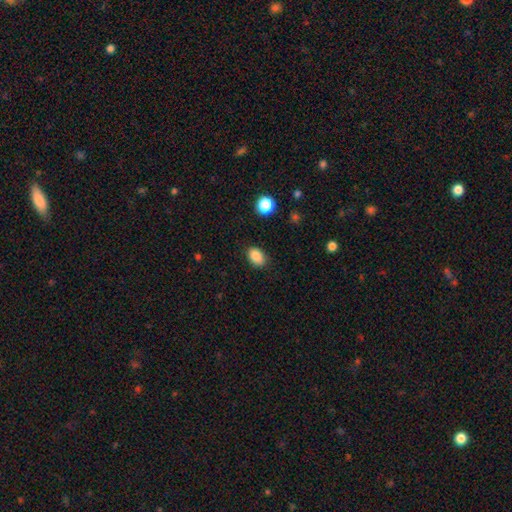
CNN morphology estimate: A smooth galaxy with no disk features (86%) that is in between round and cigar-shaped (82%).

Vote fractions:
- Smooth or featured? smooth: 86% / star or artifact: 9% / featured or disk: 5%
- How rounded? in between: 82% / round: 17% / cigar-shaped: 1%
- Merging? none: 83% / minor disturbance: 13% / major disturbance: 3% / merger: 1%